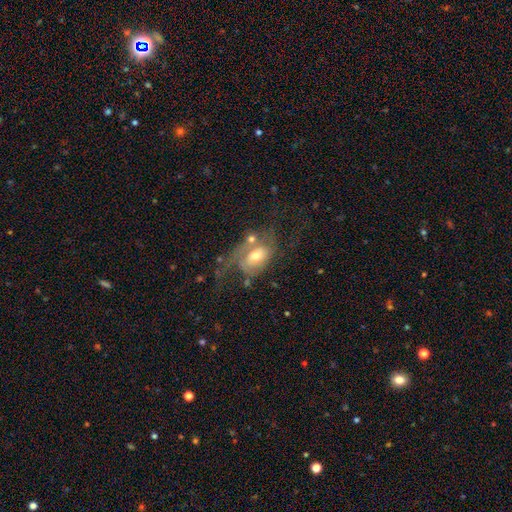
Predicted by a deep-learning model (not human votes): Smooth or featured?
  - featured or disk: 66% *
  - smooth: 25%
  - star or artifact: 9%
Edge-on disk?
  - no: 95% *
  - yes: 5%
Bar?
  - no: 56% *
  - weak: 35%
  - strong: 9%
Spiral arms?
  - yes: 79% *
  - no: 21%
Bulge size?
  - moderate: 63% *
  - small: 24%
  - large: 9%
  - none: 2%
  - dominant: 2%
Merging?
  - major disturbance: 37% *
  - none: 31%
  - minor disturbance: 19%
  - merger: 14%